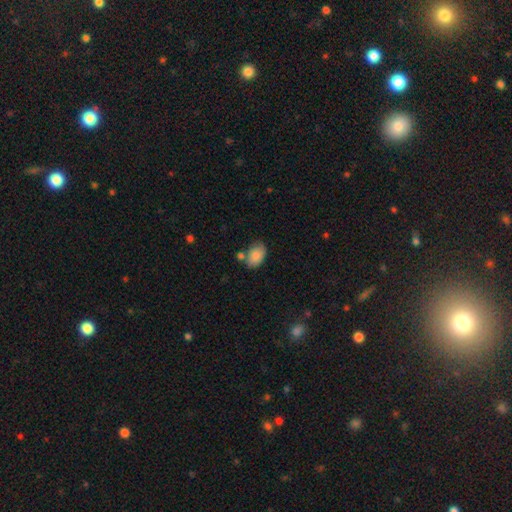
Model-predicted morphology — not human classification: Overall: smooth (85%). How rounded: in between (88%). Merging: none (63%).